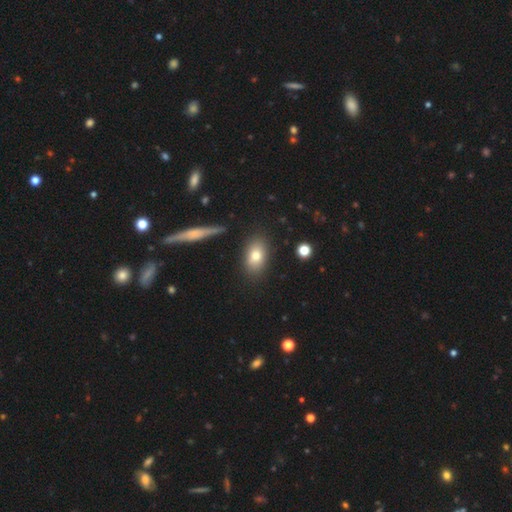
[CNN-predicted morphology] A smooth galaxy with no disk features (77%) that is in between round and cigar-shaped (83%). Merging: none (82%).